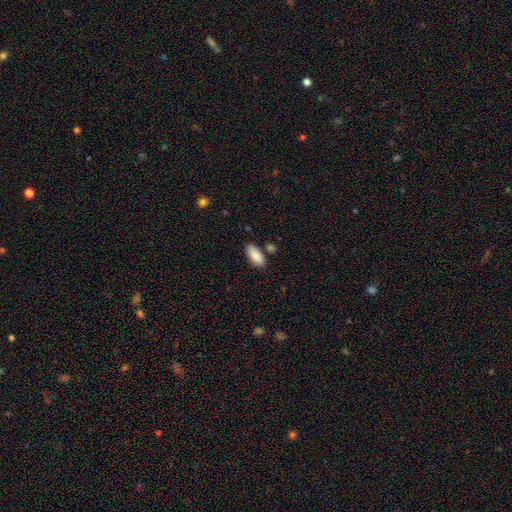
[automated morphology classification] The model was most divided on "merging": none: 78%, minor disturbance: 13%, merger: 6%, major disturbance: 3%. More confident: smooth or featured — smooth (90%); how rounded — in between (86%).